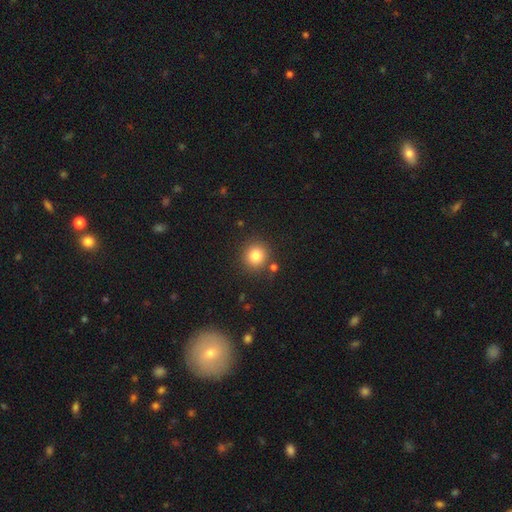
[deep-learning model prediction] smooth 82%, star or artifact 11%, featured or disk 7%. Down the decision tree: how rounded — round (91%); merging — none (83%).